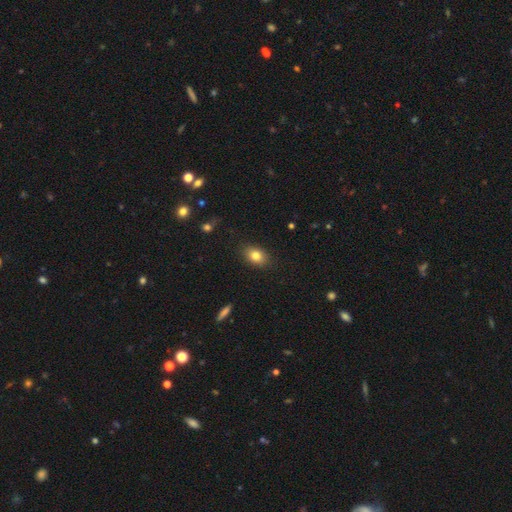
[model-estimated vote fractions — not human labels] Morphology: type=smooth (82%); roundness=in between (78%); merging=none (86%).